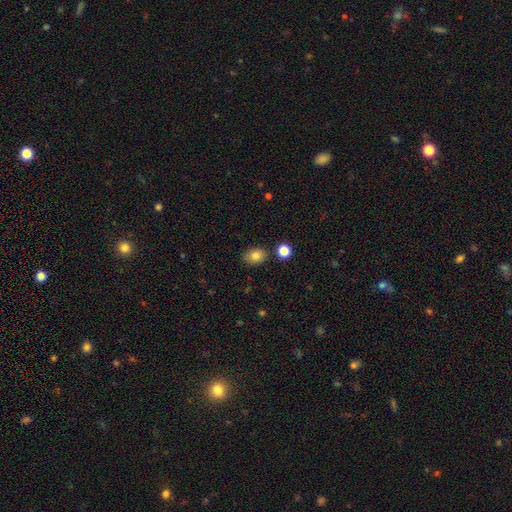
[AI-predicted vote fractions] The model was most divided on "how rounded": in between: 69%, round: 30%, cigar-shaped: 1%. More confident: smooth or featured — smooth (83%); merging — none (81%).